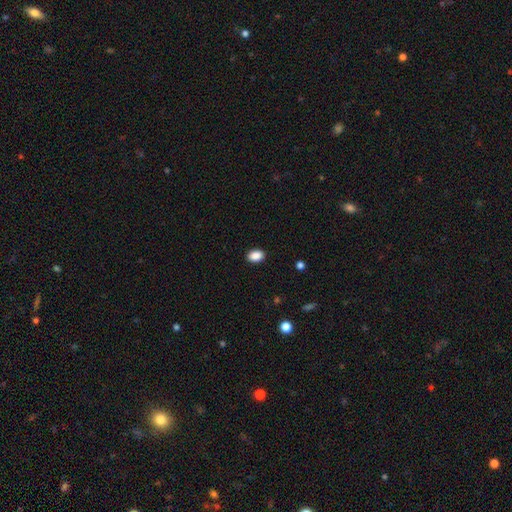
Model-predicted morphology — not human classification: smooth_or_featured: smooth (p=0.89) [alt: star or artifact p=0.08]
how_rounded: in between (p=0.79) [alt: round p=0.19]
merging: none (p=0.90) [alt: minor disturbance p=0.07]